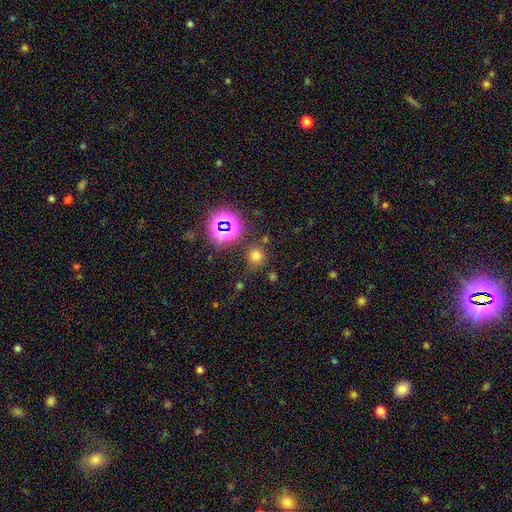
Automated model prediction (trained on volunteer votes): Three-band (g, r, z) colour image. It shows a smooth galaxy with no disk features (66%) that is round (89%). Merging: none (78%).